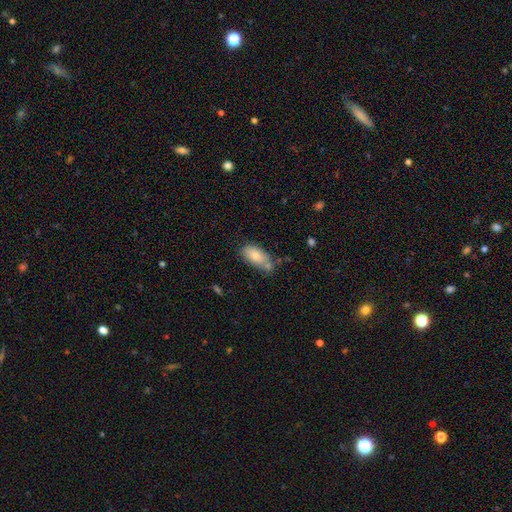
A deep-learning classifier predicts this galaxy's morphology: Q: Smooth or featured?
A: smooth (80%); runner-up: featured or disk (13%)
Q: How rounded?
A: in between (91%); runner-up: cigar-shaped (5%)
Q: Merging?
A: none (53%); runner-up: minor disturbance (24%)